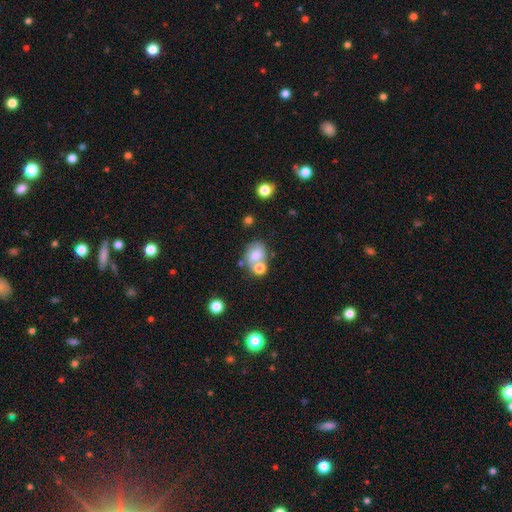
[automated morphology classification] A smooth galaxy with no disk features (71%) that is in between round and cigar-shaped (56%).

Vote fractions:
- Smooth or featured? smooth: 71% / featured or disk: 18% / star or artifact: 11%
- How rounded? in between: 56% / round: 43% / cigar-shaped: 1%
- Merging? merger: 41% / none: 40% / minor disturbance: 13% / major disturbance: 6%